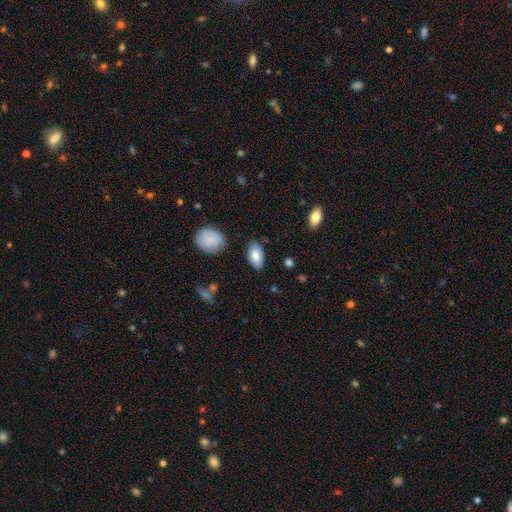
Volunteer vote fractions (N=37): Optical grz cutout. It shows a smooth galaxy with no disk features (92%) that is in between round and cigar-shaped (94%). Merging: none (89%).